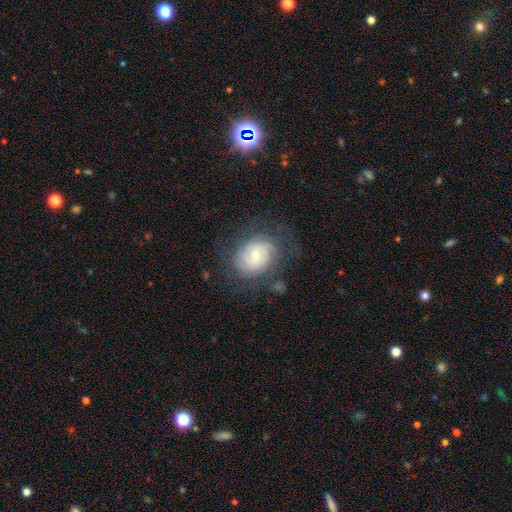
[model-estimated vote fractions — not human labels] A featured or disk galaxy (68%) with no bar (61%), tight (60%) spiral arms (87%) and a small central bulge (64%).

Vote fractions:
- Smooth or featured? featured or disk: 68% / smooth: 24% / star or artifact: 8%
- Edge-on disk? no: 97% / yes: 3%
- Bar? no: 61% / weak: 33% / strong: 6%
- Spiral arms? yes: 87% / no: 13%
- Spiral winding? tight: 60% / medium: 29% / loose: 11%
- Spiral arm count? can't tell: 42% / 2: 34% / 3: 11% / 4: 5% / 1: 4% / more than 4: 4%
- Bulge size? small: 64% / moderate: 31% / large: 2% / none: 2% / dominant: 1%
- Merging? none: 67% / minor disturbance: 18% / major disturbance: 13% / merger: 2%